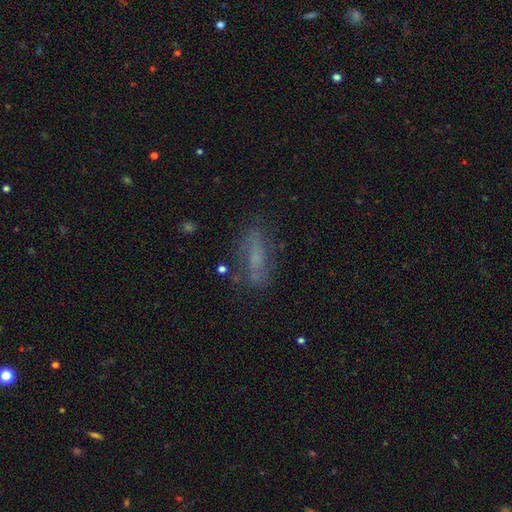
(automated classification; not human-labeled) The model was most divided on "how rounded": in between: 54%, cigar-shaped: 42%, round: 4%. More confident: merging — none (66%); smooth or featured — smooth (53%).